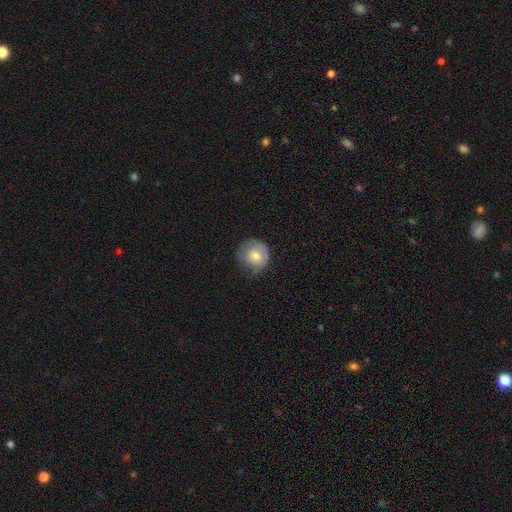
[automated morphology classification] smooth-or-featured: smooth: 68% | featured or disk: 25% | star or artifact: 7%
  how-rounded: round: 87% | in between: 12% | cigar-shaped: 1%
  merging: none: 54% | minor disturbance: 31% | major disturbance: 14% | merger: 1%